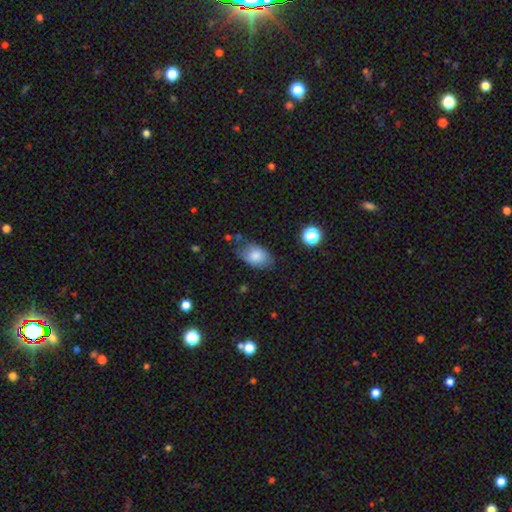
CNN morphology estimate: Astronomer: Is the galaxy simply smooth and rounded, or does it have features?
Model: smooth — 82%.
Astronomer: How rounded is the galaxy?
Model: in between — 88%.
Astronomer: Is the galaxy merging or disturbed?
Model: none — 67%.